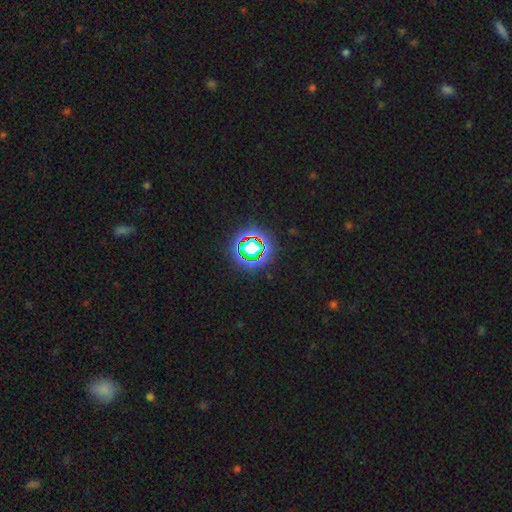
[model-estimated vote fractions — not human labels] smooth-or-featured: star or artifact: 78% | smooth: 15% | featured or disk: 7%